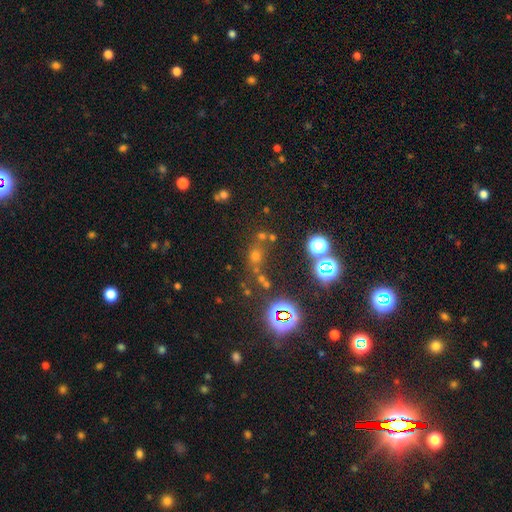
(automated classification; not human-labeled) A star or artifact, not a galaxy (49%).